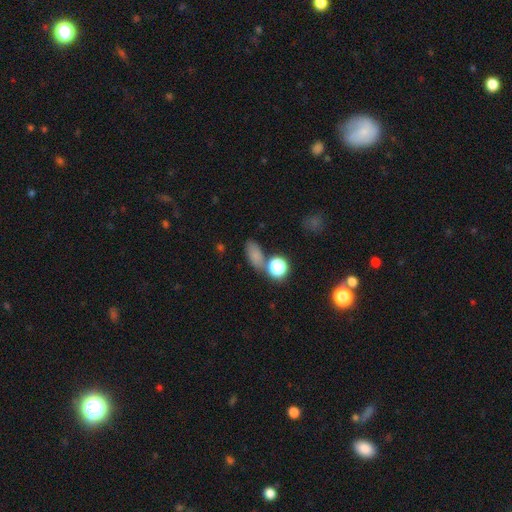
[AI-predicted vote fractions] Smooth or featured? Predicted: smooth (p=0.72). How rounded? Predicted: in between (p=0.78). Merging? Predicted: none (p=0.63).